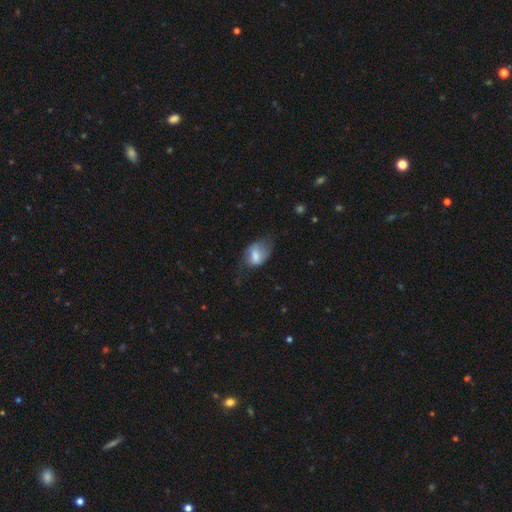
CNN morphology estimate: Smooth or featured: smooth — 67% (featured or disk — 26%)
How rounded: in between — 81% (round — 17%)
Merging: none — 41% (minor disturbance — 34%)